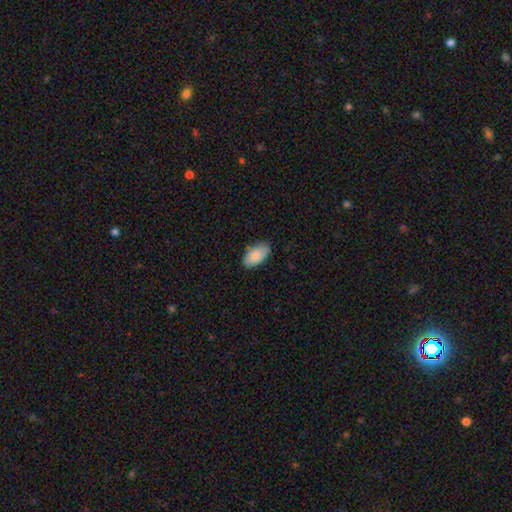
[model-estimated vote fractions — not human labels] smooth-or-featured: smooth: 80% | featured or disk: 14% | star or artifact: 6%
  how-rounded: in between: 95% | round: 3% | cigar-shaped: 2%
  merging: none: 81% | minor disturbance: 16% | major disturbance: 3% | merger: 1%